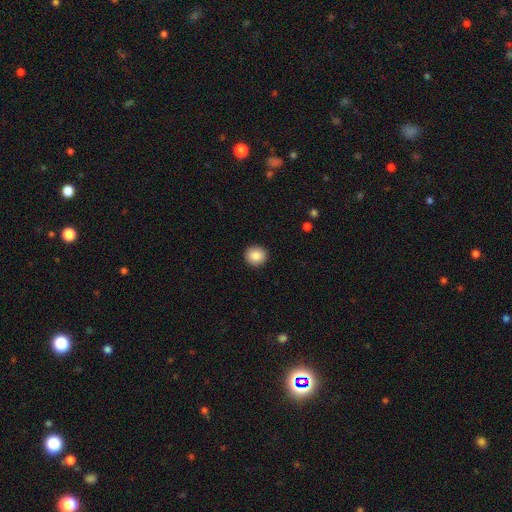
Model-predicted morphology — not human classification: Q: Smooth or featured?
A: smooth (87%); runner-up: star or artifact (8%)
Q: How rounded?
A: round (89%); runner-up: in between (10%)
Q: Merging?
A: none (92%); runner-up: minor disturbance (5%)